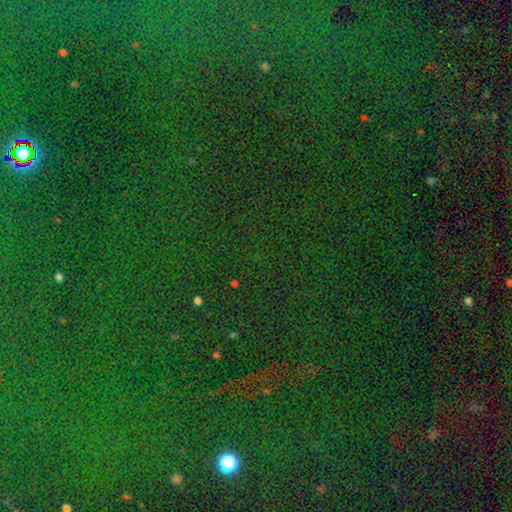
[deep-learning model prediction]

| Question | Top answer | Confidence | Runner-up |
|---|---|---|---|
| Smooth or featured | star or artifact | 82% | smooth (9%) |